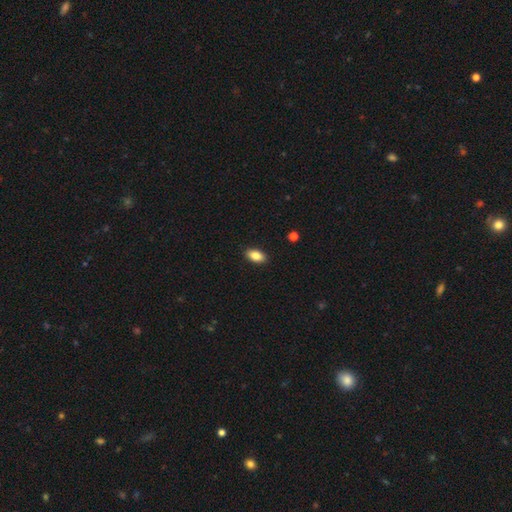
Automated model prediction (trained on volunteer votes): The model was most divided on "smooth or featured": smooth: 85%, star or artifact: 8%, featured or disk: 7%. More confident: how rounded — in between (92%); merging — none (90%).